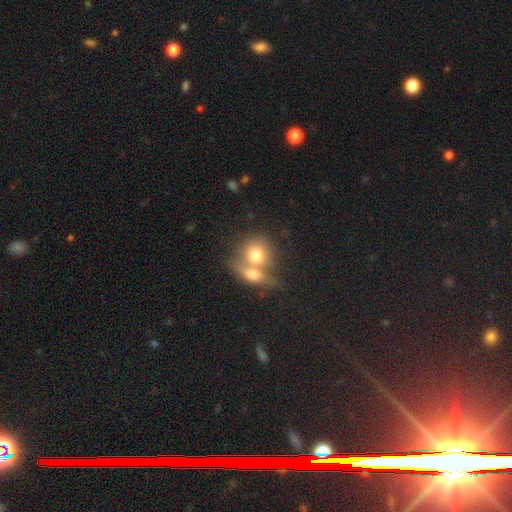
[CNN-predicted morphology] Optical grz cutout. It shows a smooth galaxy with no disk features (71%) that is round (63%). Merging: merger (67%).